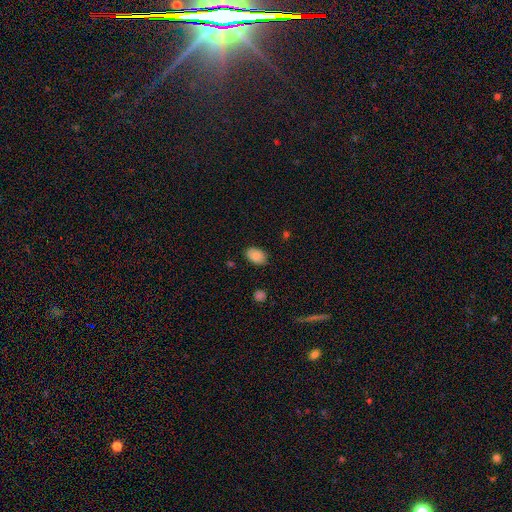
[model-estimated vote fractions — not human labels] Smooth or featured: smooth — 86% (star or artifact — 8%)
How rounded: in between — 87% (round — 12%)
Merging: none — 84% (minor disturbance — 12%)